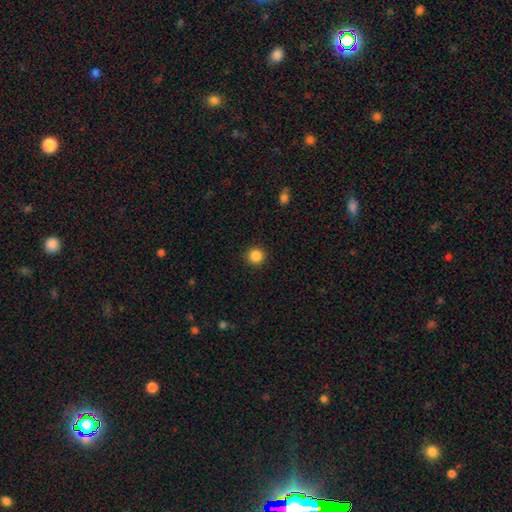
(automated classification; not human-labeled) Smooth or featured? smooth (86%)
How rounded? round (95%)
Merging? none (92%)